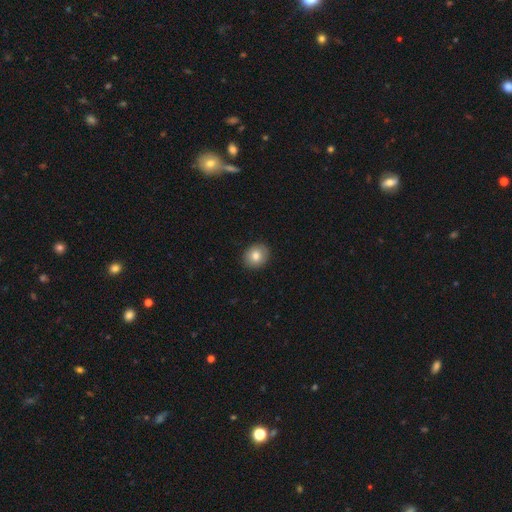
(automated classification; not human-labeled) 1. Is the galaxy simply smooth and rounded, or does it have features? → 81% smooth, 10% featured or disk, 9% star or artifact.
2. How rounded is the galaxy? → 73% round, 26% in between, 1% cigar-shaped.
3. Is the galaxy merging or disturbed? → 91% none, 6% minor disturbance, 2% major disturbance, 1% merger.